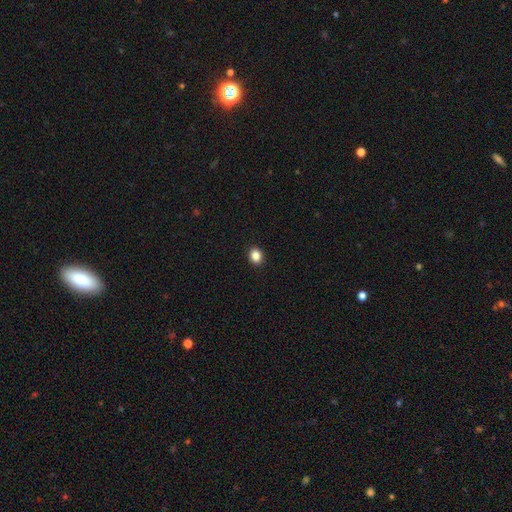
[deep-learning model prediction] Overall: smooth (86%). How rounded: round (54%; in between 45%). Merging: none (92%).